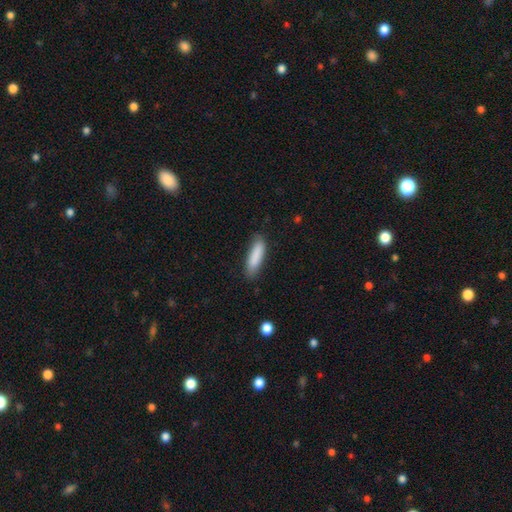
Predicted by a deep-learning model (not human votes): Q: Smooth or featured?
A: smooth (87%); runner-up: featured or disk (7%)
Q: How rounded?
A: cigar-shaped (63%); runner-up: in between (36%)
Q: Merging?
A: none (80%); runner-up: minor disturbance (15%)